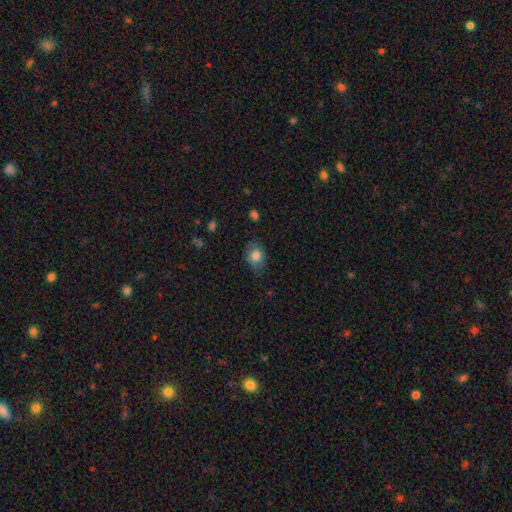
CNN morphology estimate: Overall: smooth (79%). How rounded: in between (62%; round 36%). Merging: none (66%; minor disturbance 26%).